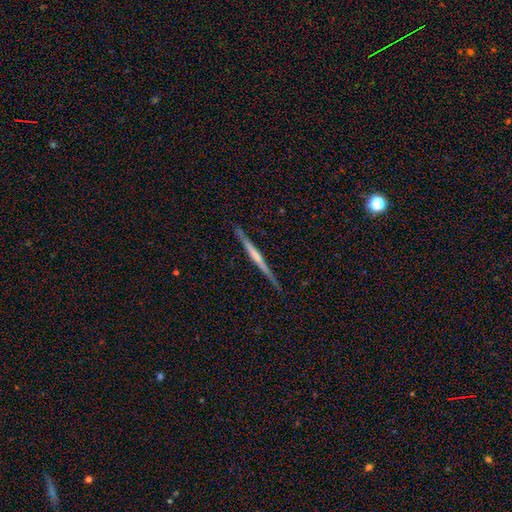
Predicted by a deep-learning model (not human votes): Overall: featured or disk (69%). Edge-on disk: yes (98%). Edge-on bulge: none (53%; rounded 32%). Merging: none (89%).